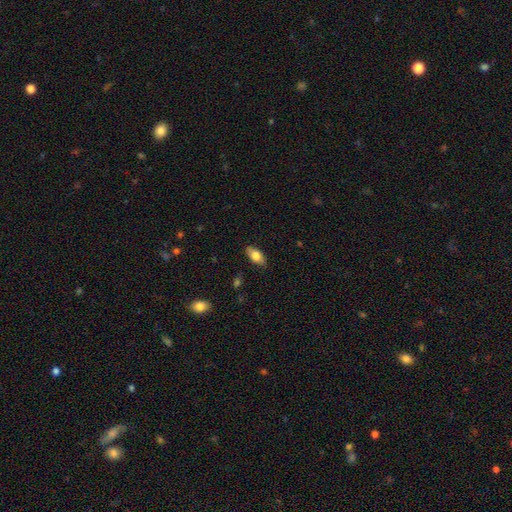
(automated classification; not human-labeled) Morphology: type=smooth (76%); roundness=in between (89%); merging=none (84%).